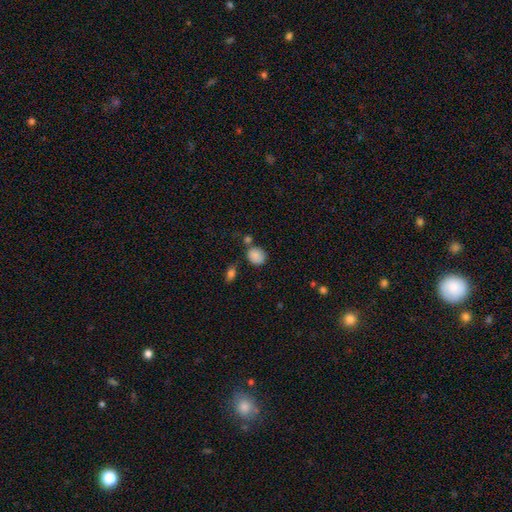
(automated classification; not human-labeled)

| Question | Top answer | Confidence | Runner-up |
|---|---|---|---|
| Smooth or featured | smooth | 86% | star or artifact (9%) |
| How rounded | round | 67% | in between (32%) |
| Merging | none | 67% | minor disturbance (17%) |